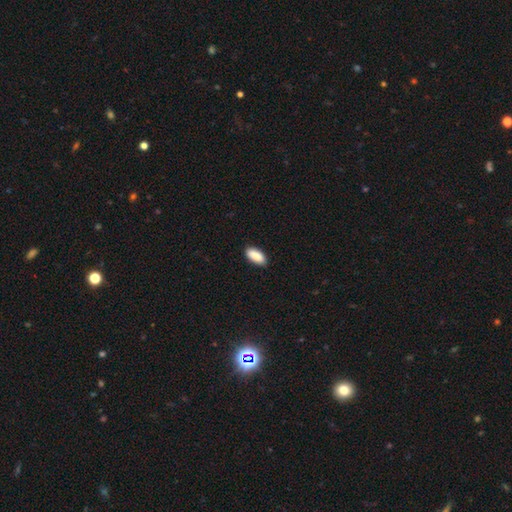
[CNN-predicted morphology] Smooth or featured: smooth — 90% (star or artifact — 6%)
How rounded: in between — 88% (cigar-shaped — 10%)
Merging: none — 86% (minor disturbance — 11%)